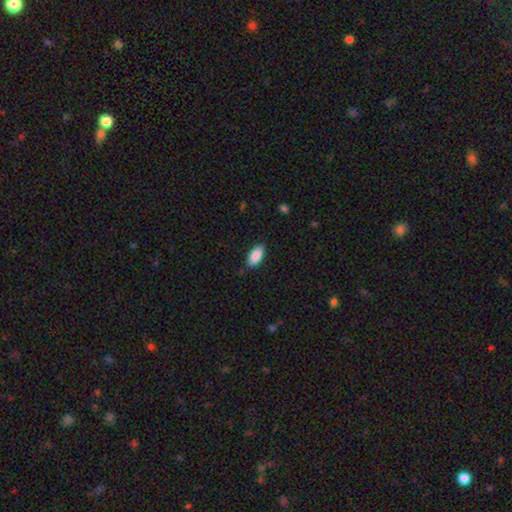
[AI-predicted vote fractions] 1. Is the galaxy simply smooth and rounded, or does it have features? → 88% smooth, 6% star or artifact, 5% featured or disk.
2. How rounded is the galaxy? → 90% in between, 8% cigar-shaped, 2% round.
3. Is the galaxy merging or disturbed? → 83% none, 13% minor disturbance, 2% major disturbance, 1% merger.